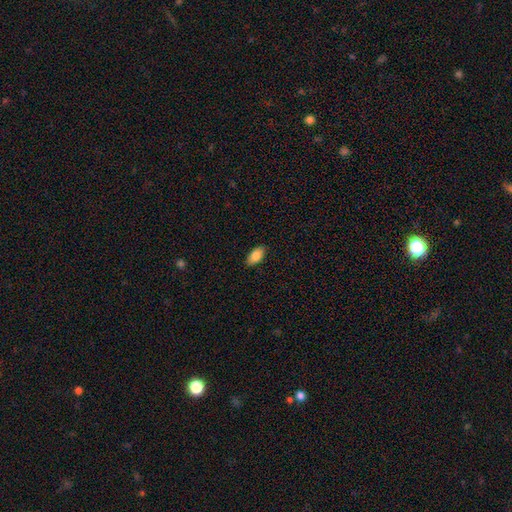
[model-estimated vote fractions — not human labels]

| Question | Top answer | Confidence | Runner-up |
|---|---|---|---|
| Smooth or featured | smooth | 85% | featured or disk (8%) |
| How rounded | in between | 92% | cigar-shaped (5%) |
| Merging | none | 88% | minor disturbance (9%) |